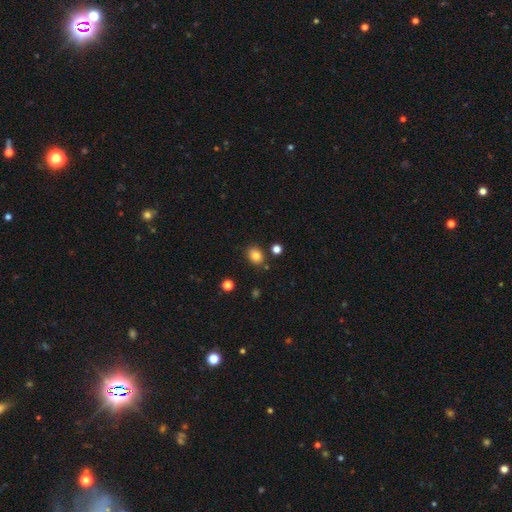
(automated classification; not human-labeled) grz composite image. It shows a smooth galaxy with no disk features (81%) that is round (53%). Merging: none (82%).